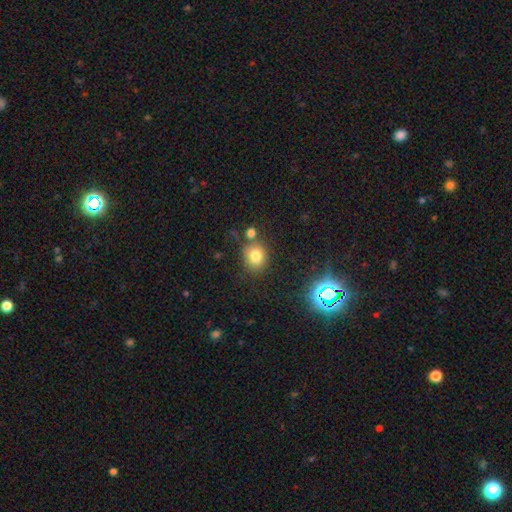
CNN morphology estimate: Overall: smooth (77%). How rounded: round (74%). Merging: none (72%).